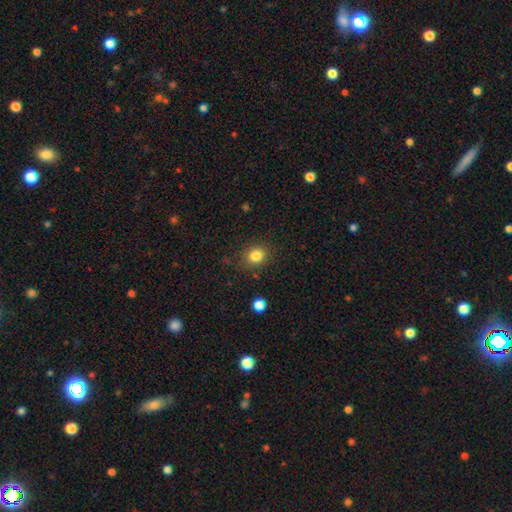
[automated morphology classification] smooth-or-featured: smooth: 83% | star or artifact: 12% | featured or disk: 5%
  how-rounded: round: 78% | in between: 21% | cigar-shaped: 1%
  merging: none: 84% | minor disturbance: 10% | major disturbance: 3% | merger: 2%